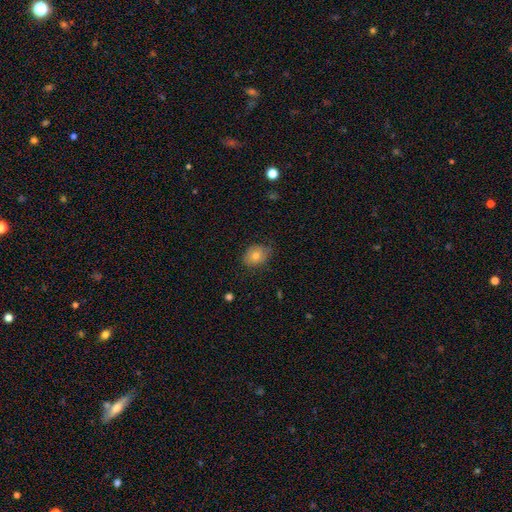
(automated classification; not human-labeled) Morphology: type=smooth (71%); roundness=in between (52%); merging=none (74%).